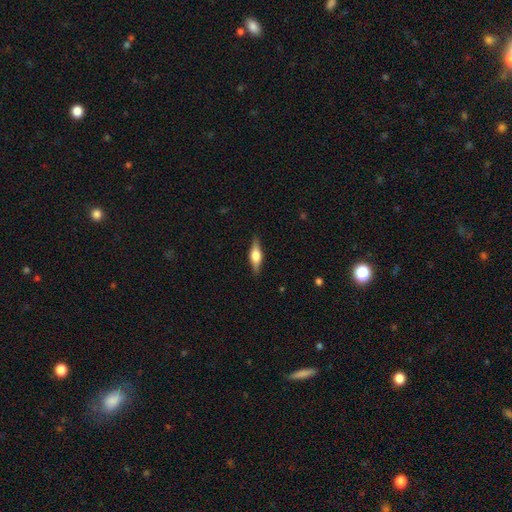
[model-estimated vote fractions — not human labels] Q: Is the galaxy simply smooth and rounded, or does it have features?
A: featured or disk — 53%.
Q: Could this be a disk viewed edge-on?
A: yes — 94%.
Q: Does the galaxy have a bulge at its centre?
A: rounded — 91%.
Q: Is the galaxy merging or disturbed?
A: none — 87%.